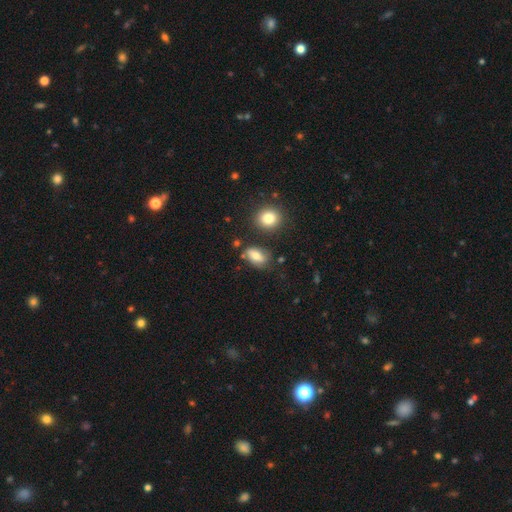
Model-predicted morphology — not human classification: smooth_or_featured: smooth (p=0.70) [alt: featured or disk p=0.20]
how_rounded: in between (p=0.85) [alt: round p=0.11]
merging: none (p=0.63) [alt: minor disturbance p=0.23]